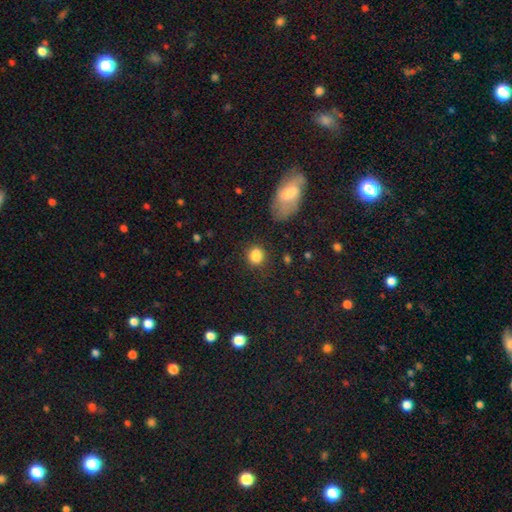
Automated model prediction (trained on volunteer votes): This is clearly a smooth galaxy (85%). How rounded: likely round (64%). Merging: clearly none (81%).